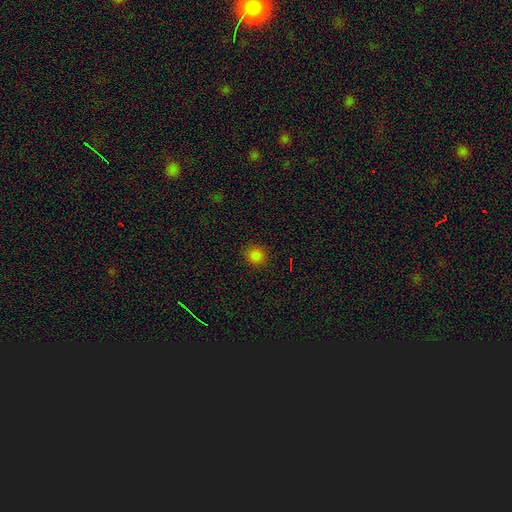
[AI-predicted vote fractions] This is clearly a smooth galaxy (82%). How rounded: clearly round (87%). Merging: clearly none (90%).